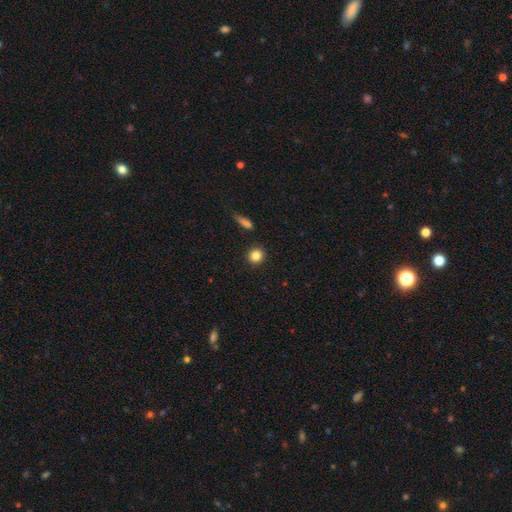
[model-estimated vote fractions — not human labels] smooth-or-featured: smooth: 84% | star or artifact: 10% | featured or disk: 6%
  how-rounded: round: 90% | in between: 9% | cigar-shaped: 1%
  merging: none: 90% | minor disturbance: 6% | merger: 2% | major disturbance: 2%